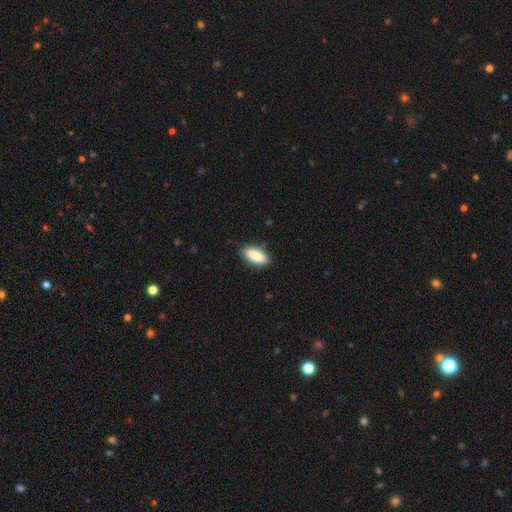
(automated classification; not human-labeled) A smooth galaxy with no disk features (87%) that is in between round and cigar-shaped (82%). Merging: none (85%).